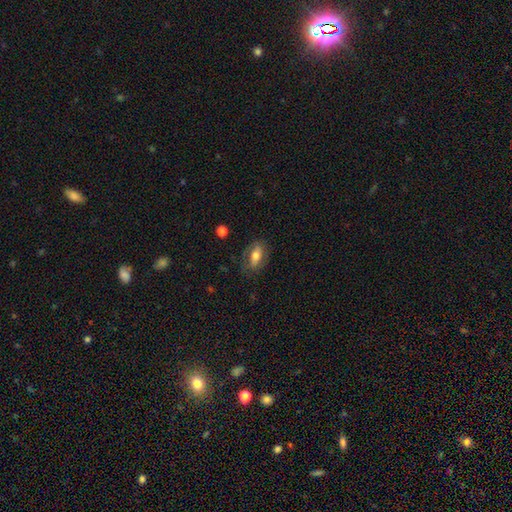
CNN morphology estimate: Smooth or featured? Predicted: smooth (p=0.58). How rounded? Predicted: in between (p=0.84). Merging? Predicted: none (p=0.73).